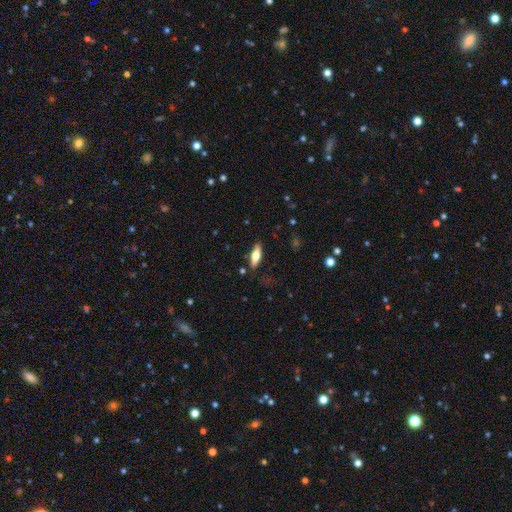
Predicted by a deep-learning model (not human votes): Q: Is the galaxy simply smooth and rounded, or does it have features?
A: smooth — 62%.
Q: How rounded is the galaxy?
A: in between — 55%.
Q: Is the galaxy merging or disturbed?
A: none — 83%.